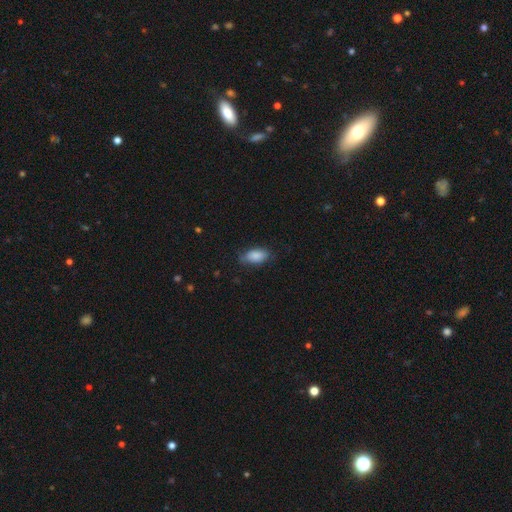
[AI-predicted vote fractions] A smooth galaxy with no disk features (87%) that is in between round and cigar-shaped (91%). Merging: none (73%).